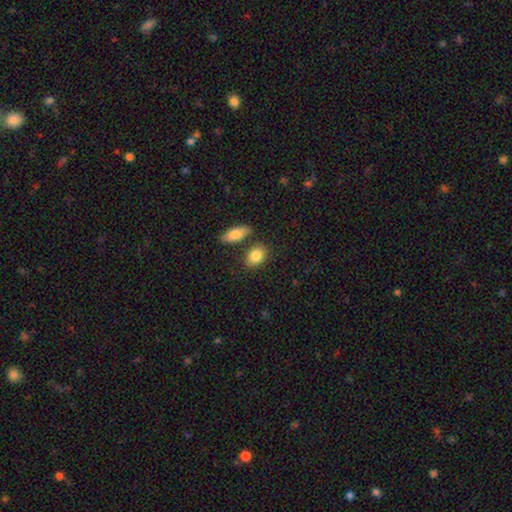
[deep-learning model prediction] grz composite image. It shows a smooth galaxy with no disk features (85%) that is in between round and cigar-shaped (78%). Merging: none (71%).